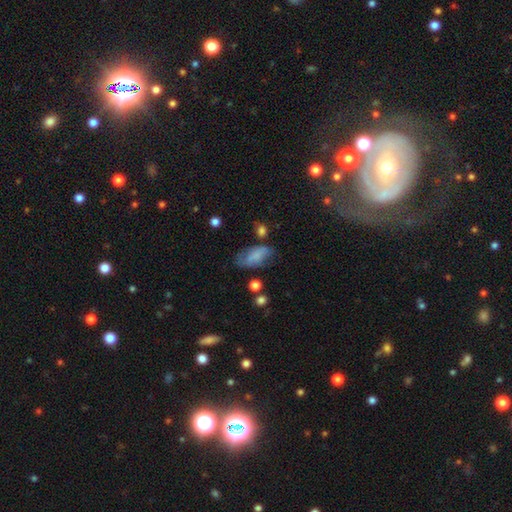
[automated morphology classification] Q: Smooth or featured?
A: smooth (70%); runner-up: featured or disk (20%)
Q: How rounded?
A: in between (88%); runner-up: cigar-shaped (7%)
Q: Merging?
A: none (46%); runner-up: minor disturbance (31%)